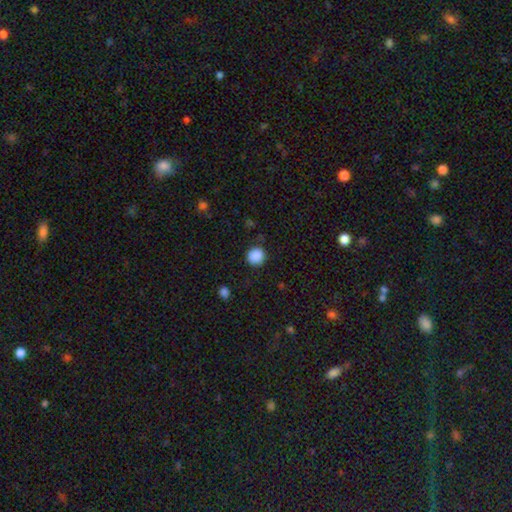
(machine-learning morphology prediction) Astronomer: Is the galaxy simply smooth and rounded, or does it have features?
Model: smooth — 88%.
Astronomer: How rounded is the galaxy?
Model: round — 91%.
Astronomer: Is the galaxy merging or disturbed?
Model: none — 86%.